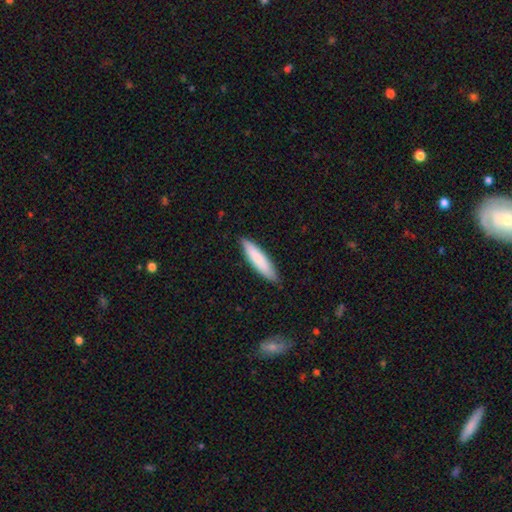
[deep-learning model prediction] smooth_or_featured: smooth (p=0.82) [alt: featured or disk p=0.13]
how_rounded: cigar-shaped (p=0.77) [alt: in between p=0.22]
merging: none (p=0.85) [alt: minor disturbance p=0.13]